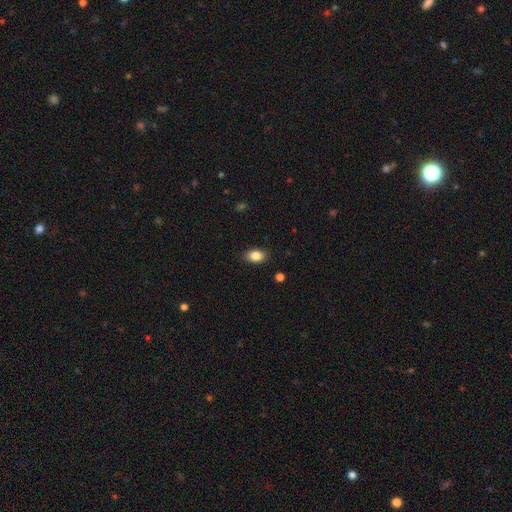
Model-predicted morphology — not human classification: smooth-or-featured: smooth: 86% | star or artifact: 8% | featured or disk: 6%
  how-rounded: in between: 87% | round: 12% | cigar-shaped: 2%
  merging: none: 87% | minor disturbance: 9% | major disturbance: 2% | merger: 1%